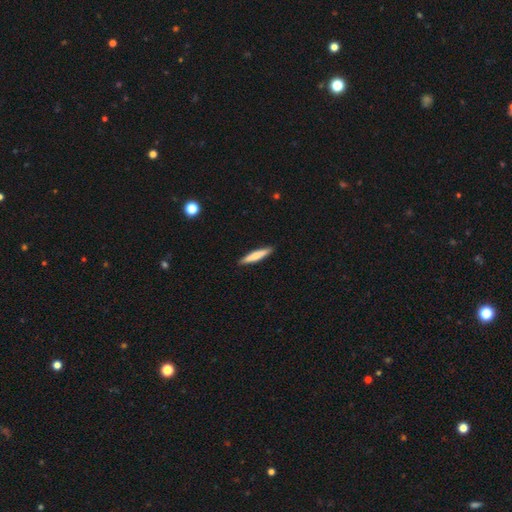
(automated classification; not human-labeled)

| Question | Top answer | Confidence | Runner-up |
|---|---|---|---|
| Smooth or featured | smooth | 72% | featured or disk (23%) |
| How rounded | cigar-shaped | 89% | in between (9%) |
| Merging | none | 90% | minor disturbance (7%) |